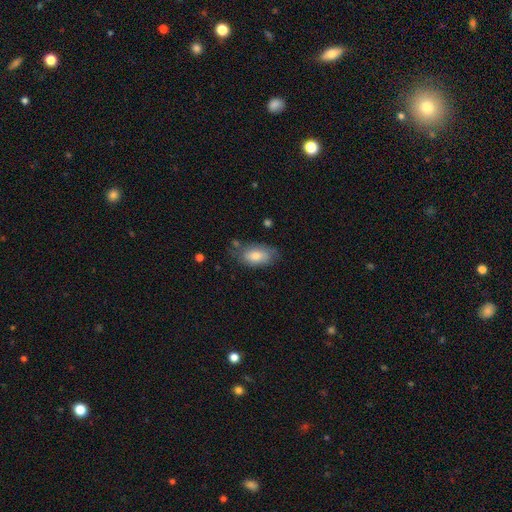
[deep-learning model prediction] Smooth or featured: smooth — 67% (featured or disk — 25%)
How rounded: in between — 91% (round — 6%)
Merging: none — 66% (minor disturbance — 24%)